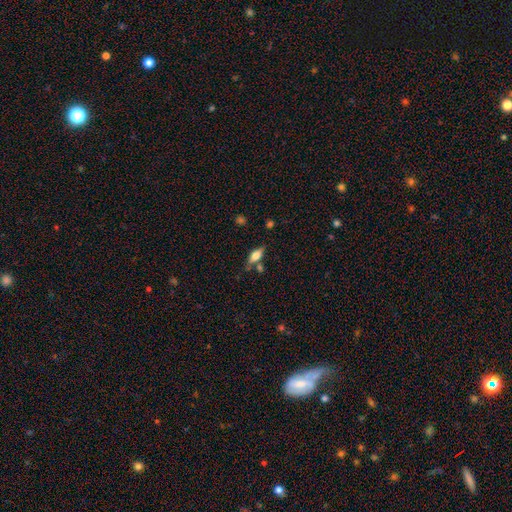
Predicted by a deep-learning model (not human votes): smooth_or_featured: smooth (p=0.55) [alt: featured or disk p=0.37]
how_rounded: in between (p=0.69) [alt: cigar-shaped p=0.27]
merging: none (p=0.66) [alt: minor disturbance p=0.17]